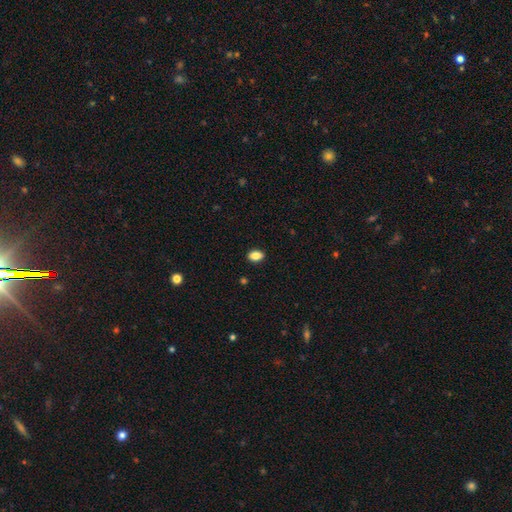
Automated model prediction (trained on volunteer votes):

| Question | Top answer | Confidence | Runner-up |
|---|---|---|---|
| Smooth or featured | smooth | 87% | star or artifact (9%) |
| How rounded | in between | 84% | round (14%) |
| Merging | none | 90% | minor disturbance (7%) |